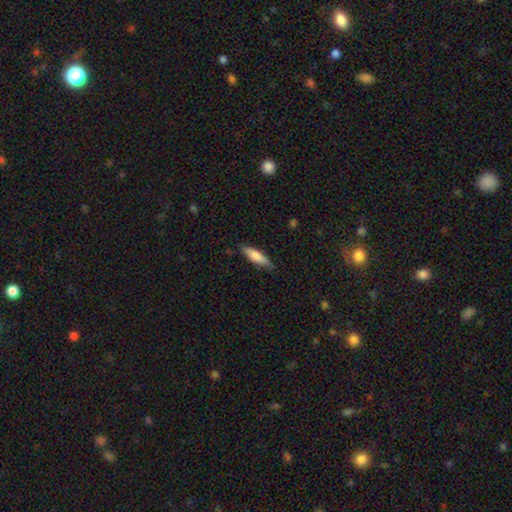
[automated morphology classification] smooth 73%, featured or disk 21%, star or artifact 6%. Down the decision tree: how rounded — cigar-shaped (62%); merging — none (85%).